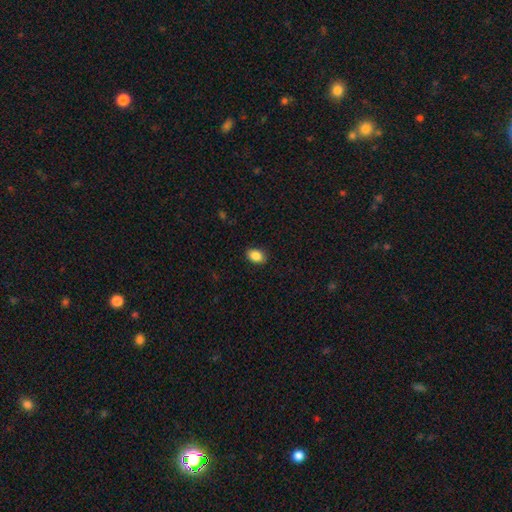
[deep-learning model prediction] Smooth or featured?
  - smooth: 87% *
  - star or artifact: 8%
  - featured or disk: 5%
How rounded?
  - in between: 81% *
  - round: 18%
  - cigar-shaped: 1%
Merging?
  - none: 89% *
  - minor disturbance: 8%
  - major disturbance: 2%
  - merger: 1%